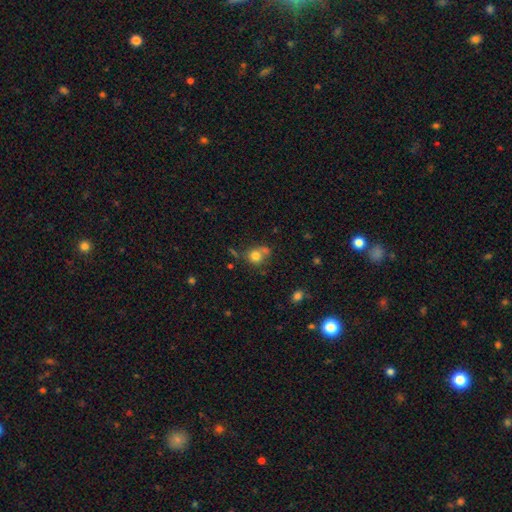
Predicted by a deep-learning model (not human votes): Morphology: type=smooth (78%); roundness=round (82%); merging=none (53%).